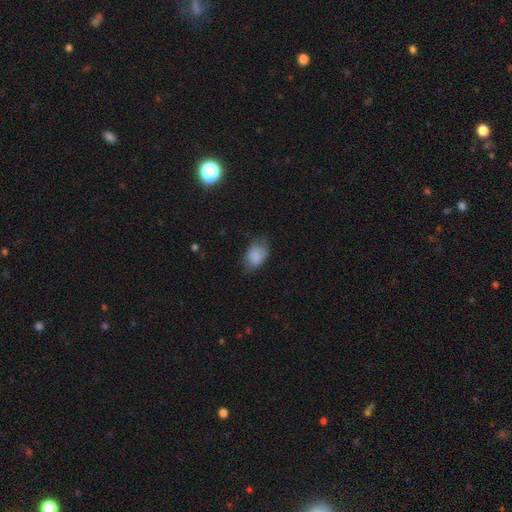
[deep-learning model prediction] This is clearly a smooth galaxy (85%). How rounded: clearly in between (82%). Merging: likely none (63%).